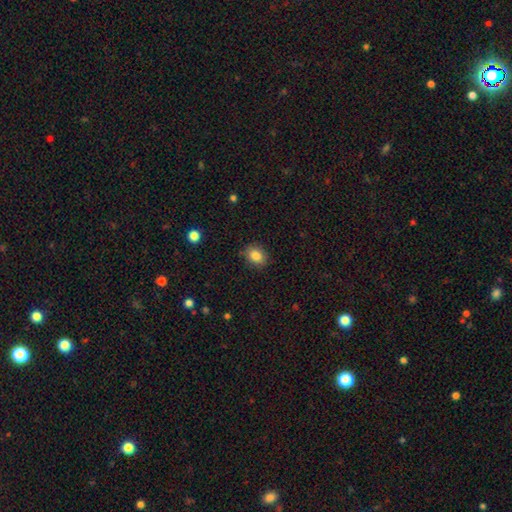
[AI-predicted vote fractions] smooth-or-featured: smooth: 85% | star or artifact: 10% | featured or disk: 6%
  how-rounded: round: 51% | in between: 48% | cigar-shaped: 1%
  merging: none: 85% | minor disturbance: 11% | major disturbance: 3% | merger: 1%